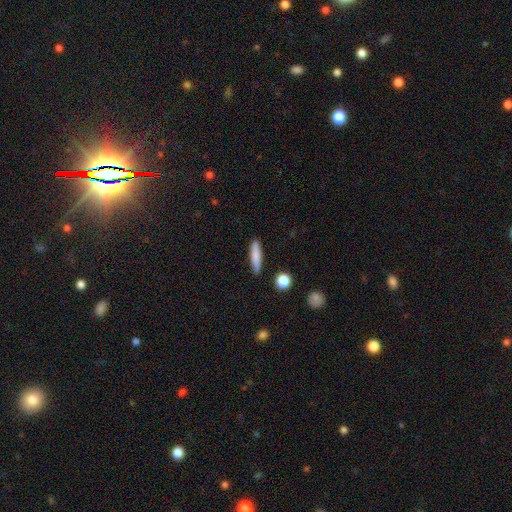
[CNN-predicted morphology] Smooth or featured?
  - smooth: 79% *
  - featured or disk: 14%
  - star or artifact: 7%
How rounded?
  - cigar-shaped: 83% *
  - in between: 15%
  - round: 2%
Merging?
  - none: 87% *
  - minor disturbance: 9%
  - major disturbance: 2%
  - merger: 2%